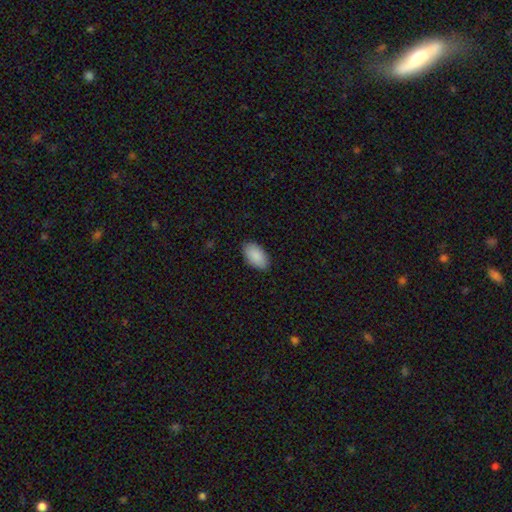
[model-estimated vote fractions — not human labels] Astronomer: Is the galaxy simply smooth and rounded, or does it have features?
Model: smooth — 90%.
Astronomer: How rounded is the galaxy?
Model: in between — 96%.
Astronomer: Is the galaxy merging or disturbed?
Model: none — 87%.